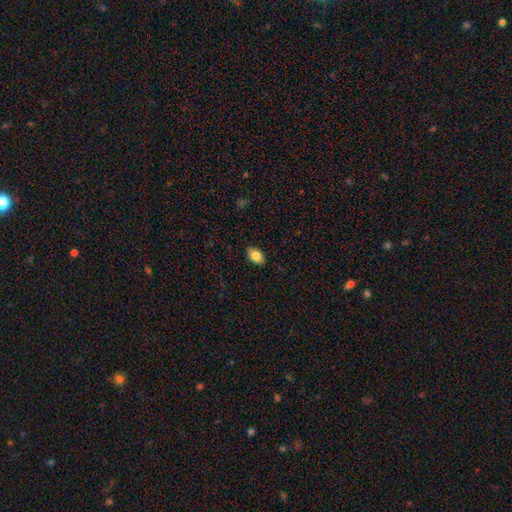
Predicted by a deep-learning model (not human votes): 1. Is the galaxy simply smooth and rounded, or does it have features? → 85% smooth, 8% star or artifact, 8% featured or disk.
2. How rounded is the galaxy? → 89% in between, 9% round, 1% cigar-shaped.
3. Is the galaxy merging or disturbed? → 88% none, 9% minor disturbance, 2% major disturbance, 1% merger.